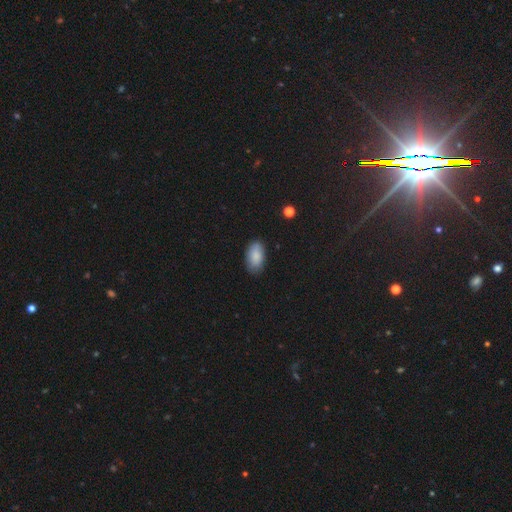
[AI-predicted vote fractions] A smooth galaxy with no disk features (86%) that is in between round and cigar-shaped (94%).

Vote fractions:
- Smooth or featured? smooth: 86% / featured or disk: 7% / star or artifact: 7%
- How rounded? in between: 94% / round: 4% / cigar-shaped: 2%
- Merging? none: 80% / minor disturbance: 16% / major disturbance: 3% / merger: 1%